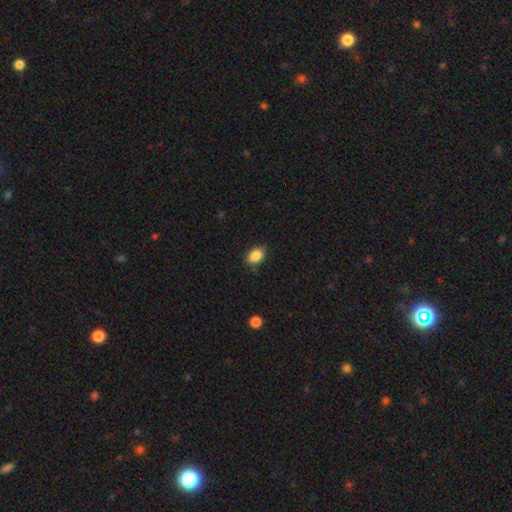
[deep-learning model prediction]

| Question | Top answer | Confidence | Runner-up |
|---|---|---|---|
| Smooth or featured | smooth | 87% | star or artifact (8%) |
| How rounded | in between | 80% | round (18%) |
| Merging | none | 85% | minor disturbance (12%) |